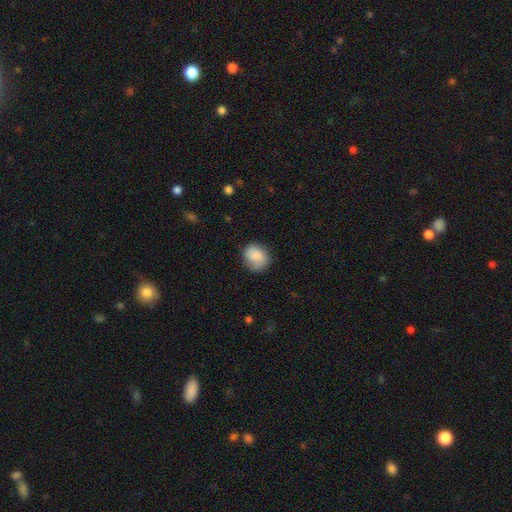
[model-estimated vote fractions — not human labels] smooth-or-featured: smooth: 85% | featured or disk: 8% | star or artifact: 7%
  how-rounded: round: 73% | in between: 26% | cigar-shaped: 1%
  merging: none: 73% | minor disturbance: 20% | major disturbance: 5% | merger: 1%